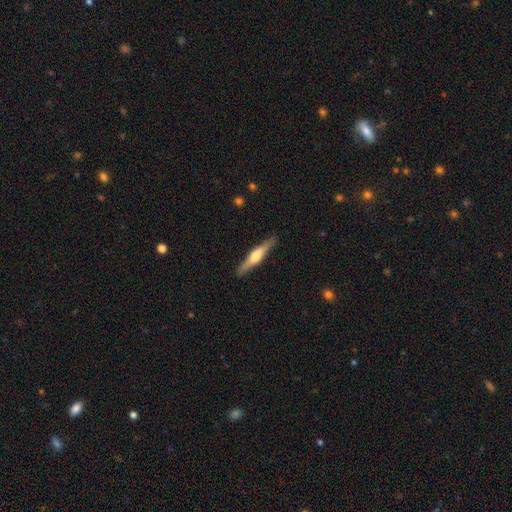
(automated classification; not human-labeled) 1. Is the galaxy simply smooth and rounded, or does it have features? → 64% featured or disk, 31% smooth, 5% star or artifact.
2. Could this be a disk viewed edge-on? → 97% yes, 3% no.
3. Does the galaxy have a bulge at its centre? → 85% rounded, 10% boxy, 5% none.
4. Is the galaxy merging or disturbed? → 89% none, 8% minor disturbance, 2% major disturbance, 1% merger.